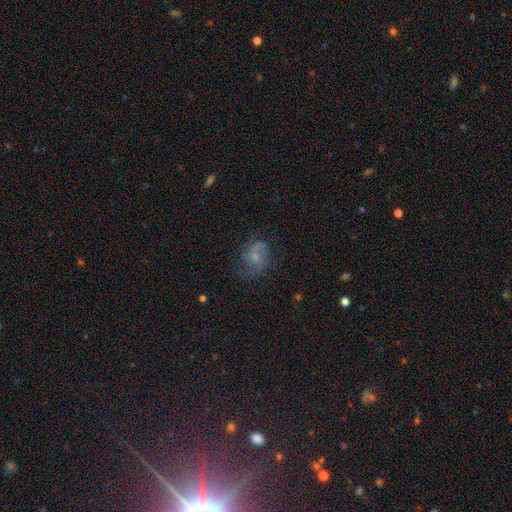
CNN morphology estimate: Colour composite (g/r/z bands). It shows a featured or disk galaxy (66%) with no bar (51%), 2 (72%) medium (44%) spiral arms (87%) and a small central bulge (51%). Merging: none (59%).